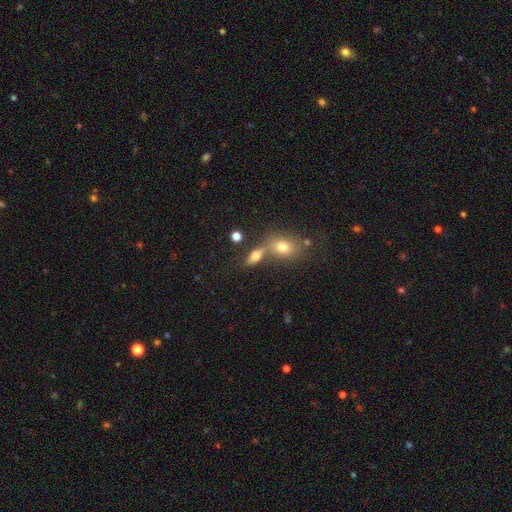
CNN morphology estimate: A smooth galaxy with no disk features (70%) that is in between round and cigar-shaped (72%). Merging: none (46%).